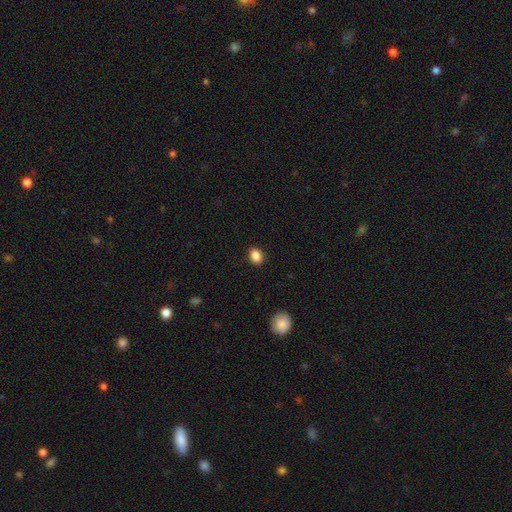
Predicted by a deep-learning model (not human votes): Smooth or featured?
  - smooth: 87% *
  - star or artifact: 9%
  - featured or disk: 3%
How rounded?
  - in between: 64% *
  - round: 35%
  - cigar-shaped: 1%
Merging?
  - none: 88% *
  - minor disturbance: 8%
  - major disturbance: 2%
  - merger: 1%